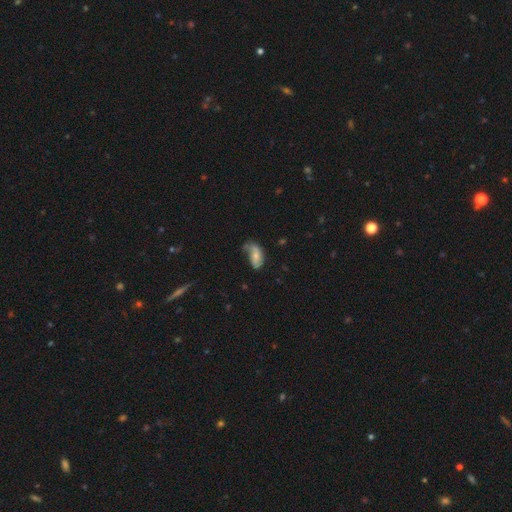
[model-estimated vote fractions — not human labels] Smooth or featured: smooth — 51% (featured or disk — 40%)
How rounded: in between — 90% (cigar-shaped — 5%)
Merging: major disturbance — 34% (minor disturbance — 31%)